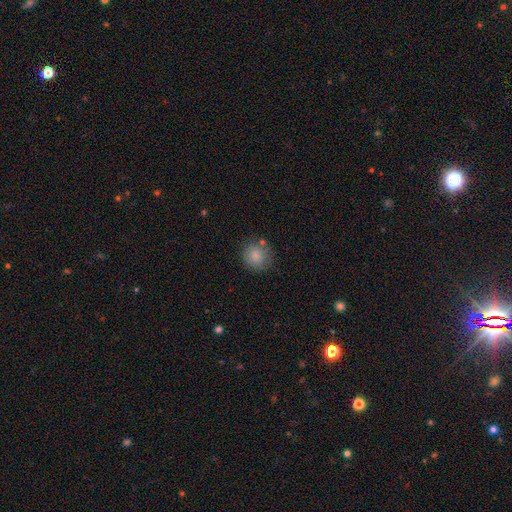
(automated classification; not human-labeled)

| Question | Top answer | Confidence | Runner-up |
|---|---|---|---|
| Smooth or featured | smooth | 85% | star or artifact (8%) |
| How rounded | round | 90% | in between (9%) |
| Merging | none | 78% | minor disturbance (13%) |